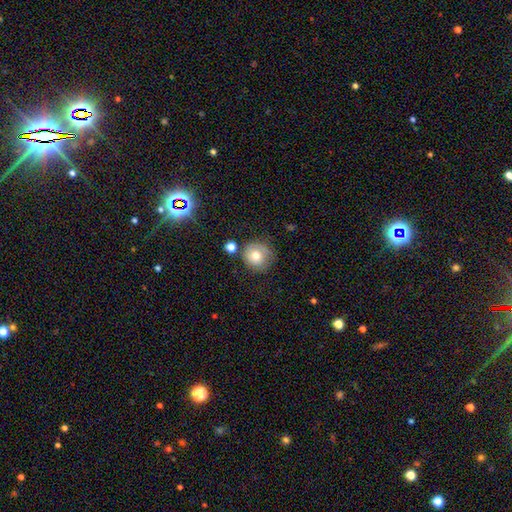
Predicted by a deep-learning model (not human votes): This is likely a smooth galaxy (72%). How rounded: clearly round (91%). Merging: likely none (70%).